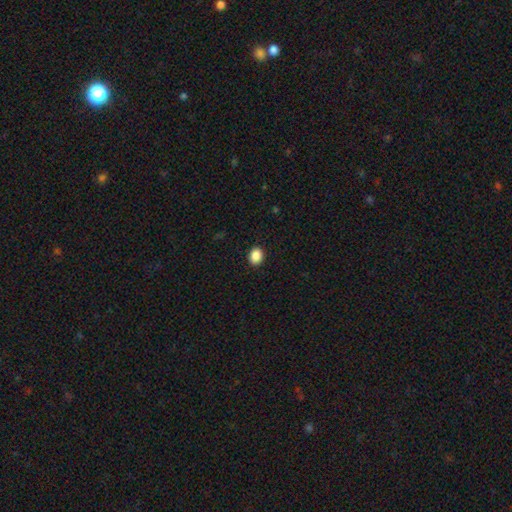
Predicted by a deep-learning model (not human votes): A smooth galaxy with no disk features (89%) that is in between round and cigar-shaped (54%). Merging: none (91%).